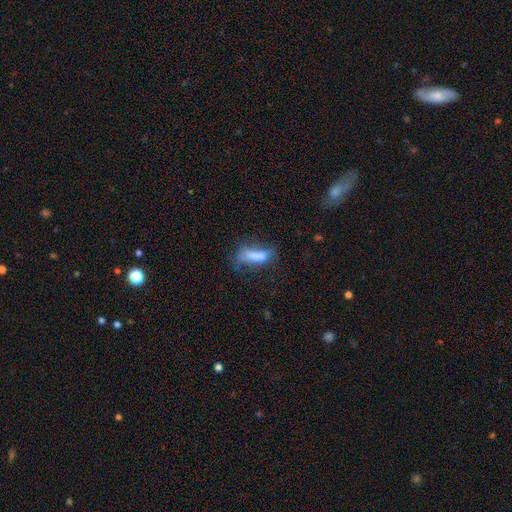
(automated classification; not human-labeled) The model was most divided on "merging": none: 37%, major disturbance: 28%, minor disturbance: 27%, merger: 7%. More confident: smooth or featured — smooth (67%); how rounded — in between (59%).